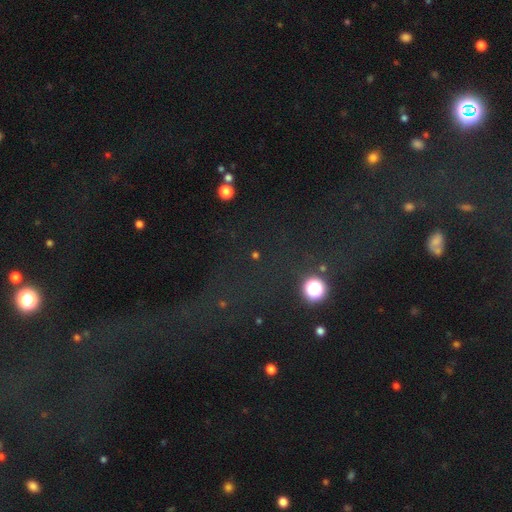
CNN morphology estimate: The model was most divided on "smooth or featured": star or artifact: 65%, smooth: 24%, featured or disk: 10%.